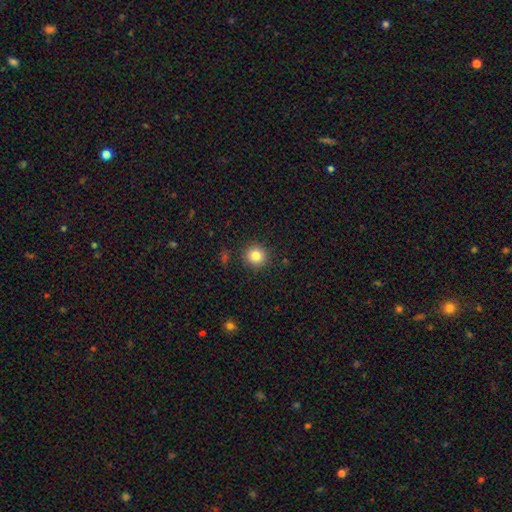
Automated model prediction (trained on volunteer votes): The model was most divided on "smooth or featured": smooth: 83%, star or artifact: 11%, featured or disk: 6%. More confident: how rounded — round (92%); merging — none (90%).